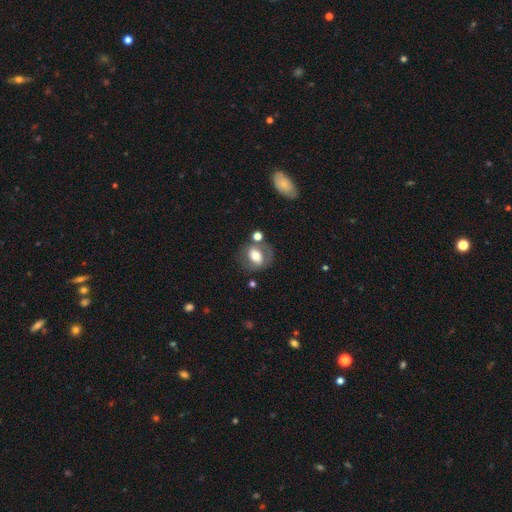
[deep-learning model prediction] This is possibly a smooth galaxy (56%). How rounded: possibly in between (56%). Merging: likely none (61%).